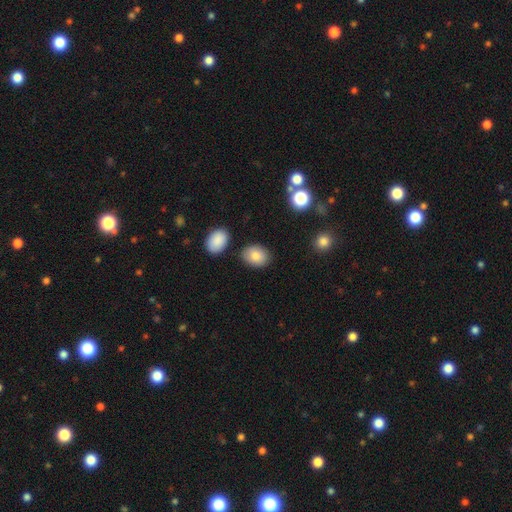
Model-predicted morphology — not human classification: This appears to be a smooth galaxy with no disk features (83%) that is in between round and cigar-shaped (65%). Merging: none (84%).